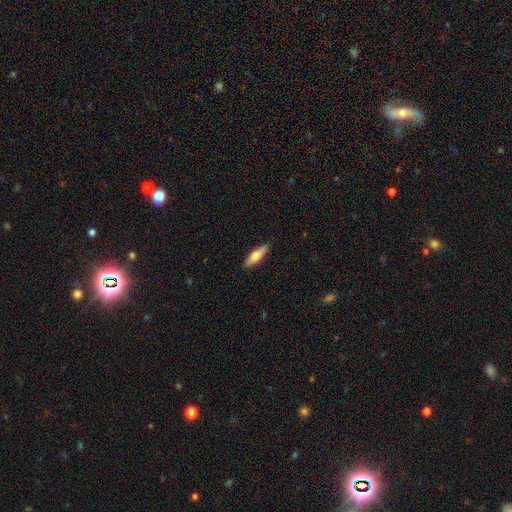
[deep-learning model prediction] This is likely a smooth galaxy (66%). How rounded: possibly cigar-shaped (56%). Merging: clearly none (89%).